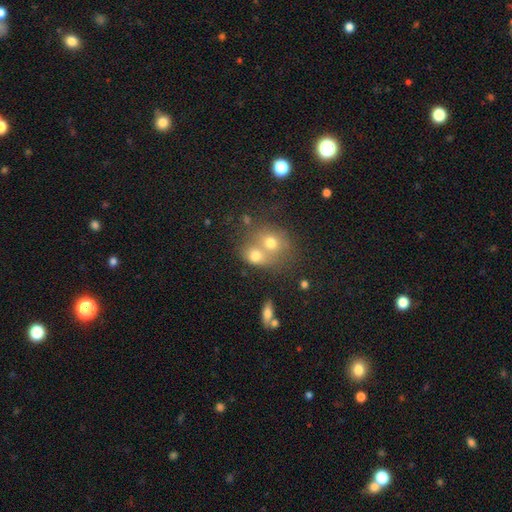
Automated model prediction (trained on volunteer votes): Morphology: type=smooth (70%); roundness=round (57%); merging=merger (60%).